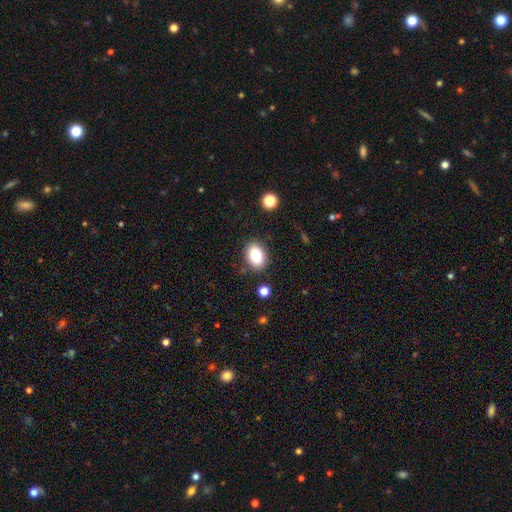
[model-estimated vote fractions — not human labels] Smooth or featured?
  - smooth: 83% *
  - star or artifact: 9%
  - featured or disk: 8%
How rounded?
  - in between: 78% *
  - round: 20%
  - cigar-shaped: 1%
Merging?
  - none: 85% *
  - minor disturbance: 10%
  - major disturbance: 3%
  - merger: 2%